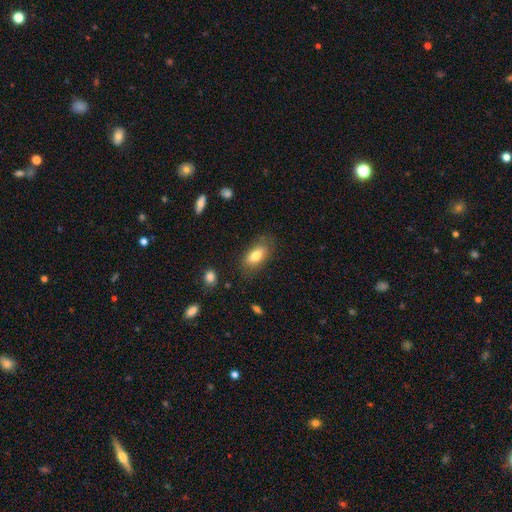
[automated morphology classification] Smooth or featured?
  - smooth: 80% *
  - featured or disk: 12%
  - star or artifact: 8%
How rounded?
  - in between: 85% *
  - cigar-shaped: 11%
  - round: 4%
Merging?
  - none: 78% *
  - minor disturbance: 15%
  - major disturbance: 5%
  - merger: 2%